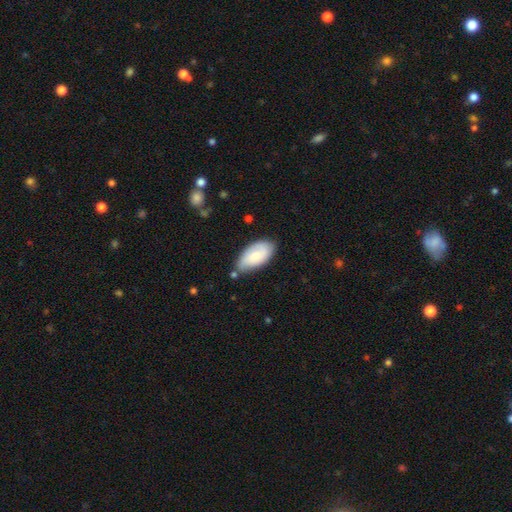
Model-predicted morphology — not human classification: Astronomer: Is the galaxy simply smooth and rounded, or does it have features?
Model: smooth — 68%.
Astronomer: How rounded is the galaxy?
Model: in between — 94%.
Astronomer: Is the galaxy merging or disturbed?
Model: none — 65%.